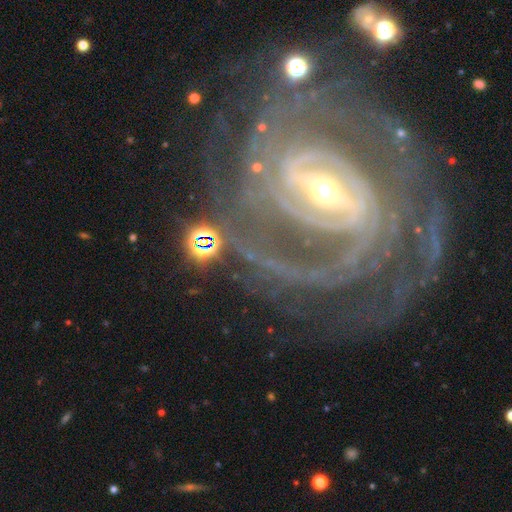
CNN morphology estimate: Smooth or featured? featured or disk (91%)
Edge-on disk? no (97%)
Bar? strong (63%)
Spiral arms? yes (97%)
Spiral winding? tight (69%)
Spiral arm count? 2 (24%)
Bulge size? small (60%)
Merging? none (68%)